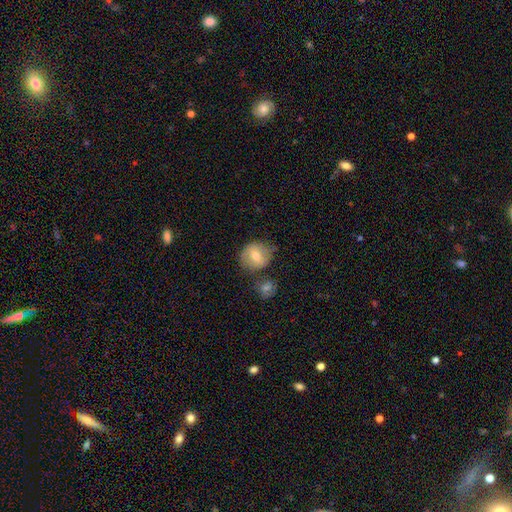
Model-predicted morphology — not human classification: Smooth or featured? smooth (68%)
How rounded? round (78%)
Merging? none (65%)